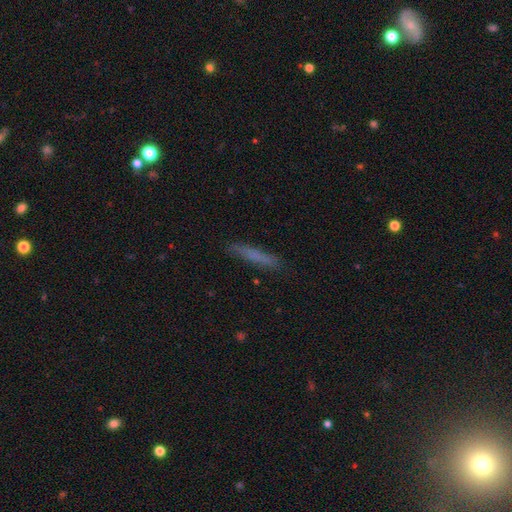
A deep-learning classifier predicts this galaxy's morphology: Smooth or featured?
  - smooth: 69% *
  - featured or disk: 23%
  - star or artifact: 8%
How rounded?
  - cigar-shaped: 93% *
  - in between: 6%
  - round: 1%
Merging?
  - none: 85% *
  - minor disturbance: 11%
  - major disturbance: 2%
  - merger: 1%